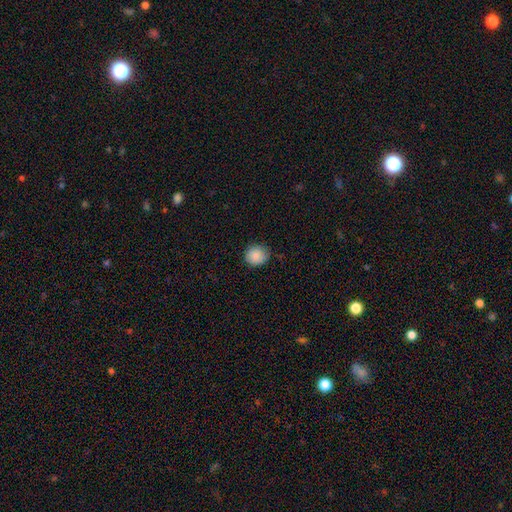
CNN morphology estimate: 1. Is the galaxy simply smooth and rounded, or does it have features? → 87% smooth, 8% star or artifact, 5% featured or disk.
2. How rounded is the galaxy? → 85% round, 14% in between, 1% cigar-shaped.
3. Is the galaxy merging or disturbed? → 81% none, 16% minor disturbance, 3% major disturbance, 1% merger.